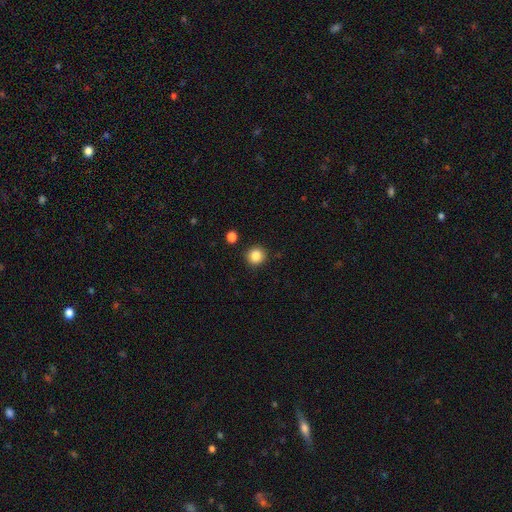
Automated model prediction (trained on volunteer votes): Morphology: type=smooth (85%); roundness=round (91%); merging=none (90%).